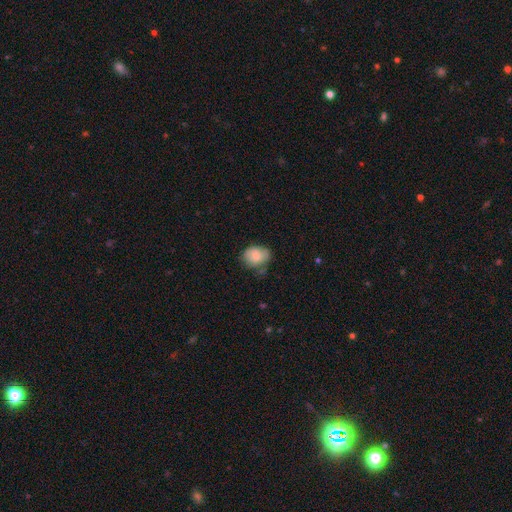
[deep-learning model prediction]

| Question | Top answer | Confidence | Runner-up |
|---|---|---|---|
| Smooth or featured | smooth | 82% | featured or disk (11%) |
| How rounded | in between | 54% | round (45%) |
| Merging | none | 52% | minor disturbance (34%) |